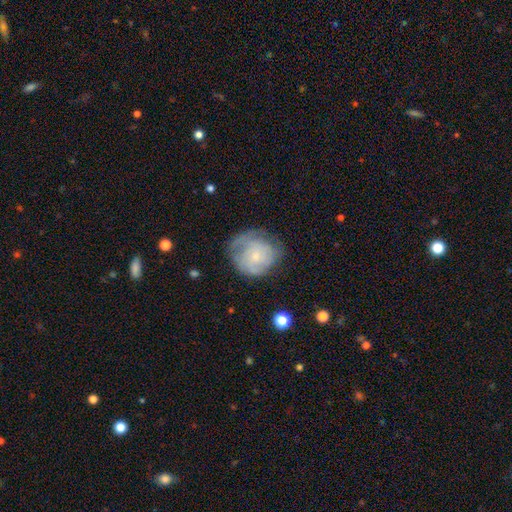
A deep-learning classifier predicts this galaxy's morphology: Q: Smooth or featured?
A: smooth (46%); tied with: featured or disk (46%)
Q: Merging?
A: none (48%); runner-up: minor disturbance (29%)